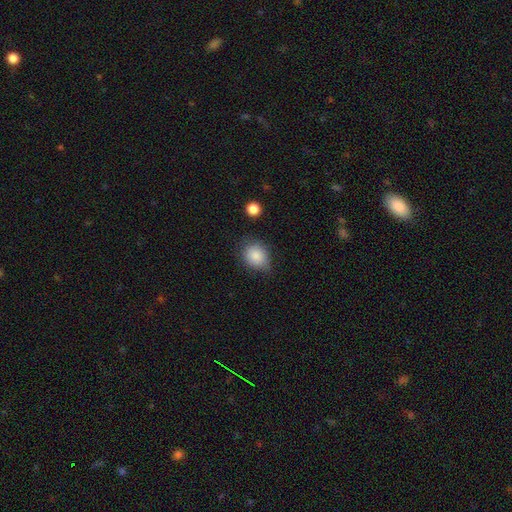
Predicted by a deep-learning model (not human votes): Smooth or featured: smooth — 85% (star or artifact — 9%)
How rounded: round — 59% (in between — 40%)
Merging: none — 60% (minor disturbance — 31%)